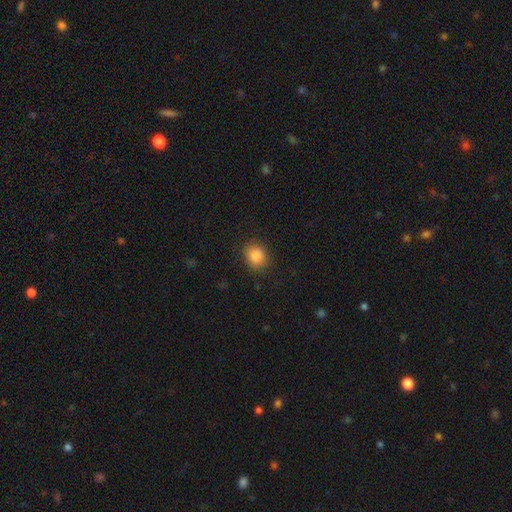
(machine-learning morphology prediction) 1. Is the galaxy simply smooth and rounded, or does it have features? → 87% smooth, 9% star or artifact, 4% featured or disk.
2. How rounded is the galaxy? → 72% round, 27% in between, 1% cigar-shaped.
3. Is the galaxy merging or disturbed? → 85% none, 10% minor disturbance, 3% major disturbance, 1% merger.